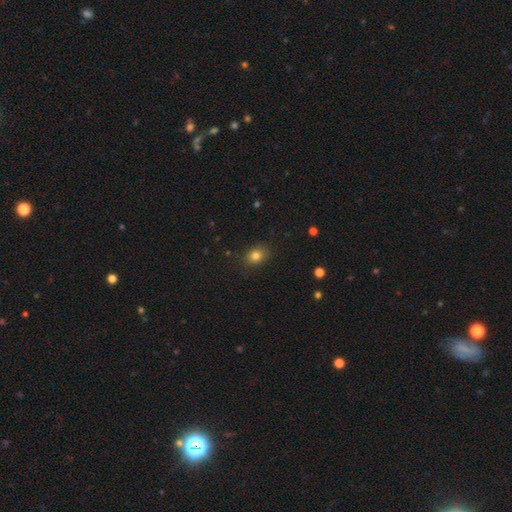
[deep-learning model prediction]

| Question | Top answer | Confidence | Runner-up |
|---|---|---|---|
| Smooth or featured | smooth | 81% | star or artifact (12%) |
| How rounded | in between | 65% | round (34%) |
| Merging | none | 85% | minor disturbance (11%) |